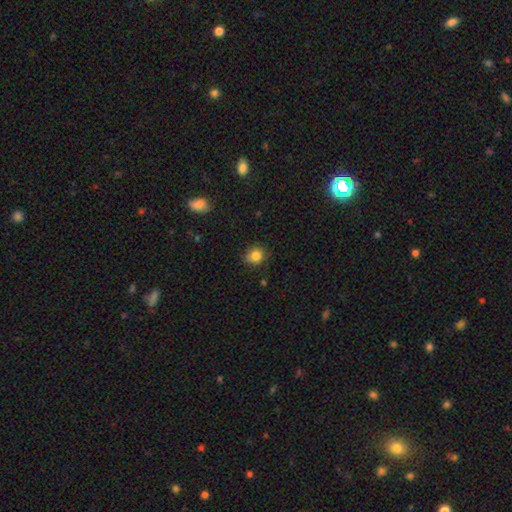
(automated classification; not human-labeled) A smooth galaxy with no disk features (83%) that is round (72%). Merging: none (78%).